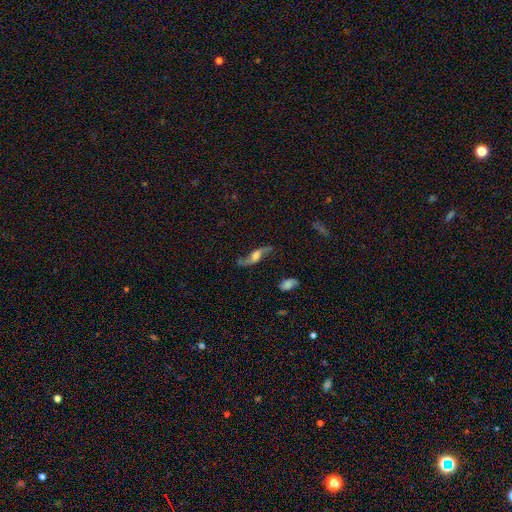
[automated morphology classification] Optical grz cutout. It shows a featured or disk galaxy (78%) with no bar (51%), 2 (93%) loose (84%) spiral arms (93%) and a large central bulge (35%, tied with moderate). Merging: none (70%).